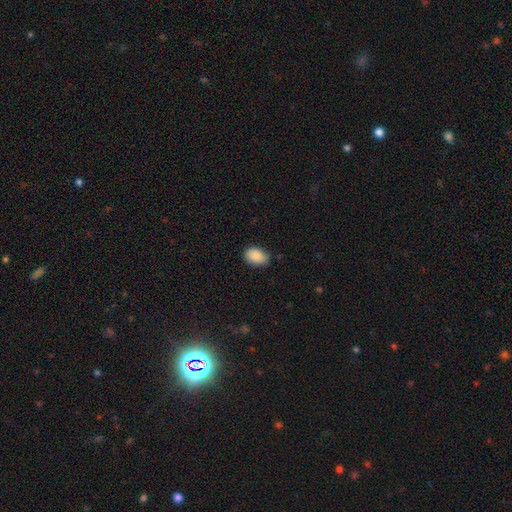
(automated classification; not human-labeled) Smooth or featured? Predicted: smooth (p=0.89). How rounded? Predicted: in between (p=0.84). Merging? Predicted: none (p=0.77).